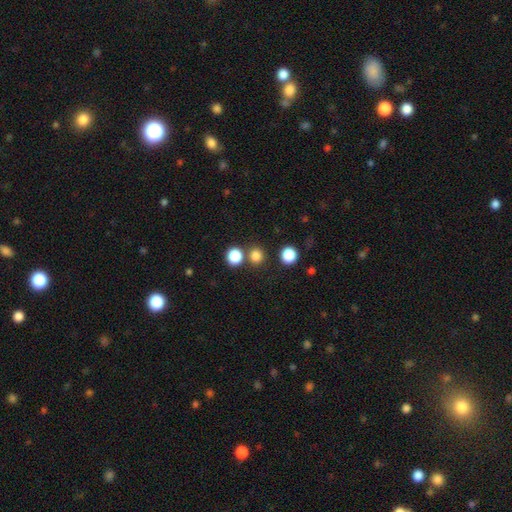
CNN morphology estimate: type=smooth (81%); roundness=round (86%); merging=none (75%).